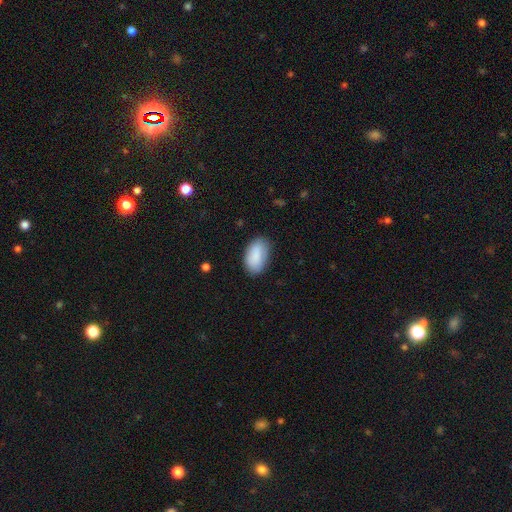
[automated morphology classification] Smooth or featured?
  - smooth: 88% *
  - star or artifact: 6%
  - featured or disk: 6%
How rounded?
  - in between: 94% *
  - round: 5%
  - cigar-shaped: 2%
Merging?
  - none: 78% *
  - minor disturbance: 17%
  - major disturbance: 4%
  - merger: 1%